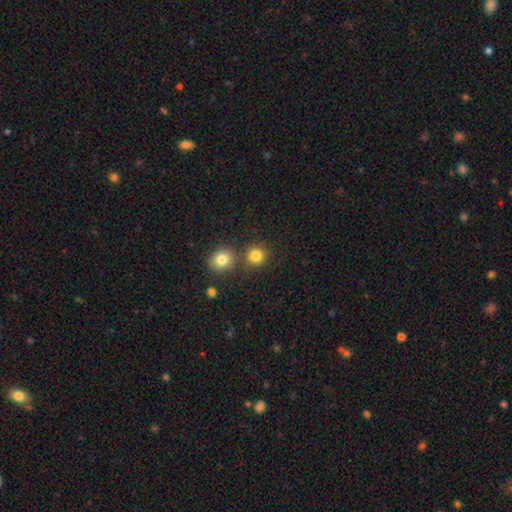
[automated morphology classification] This appears to be a smooth galaxy with no disk features (82%) that is round (90%). Merging: none (74%).